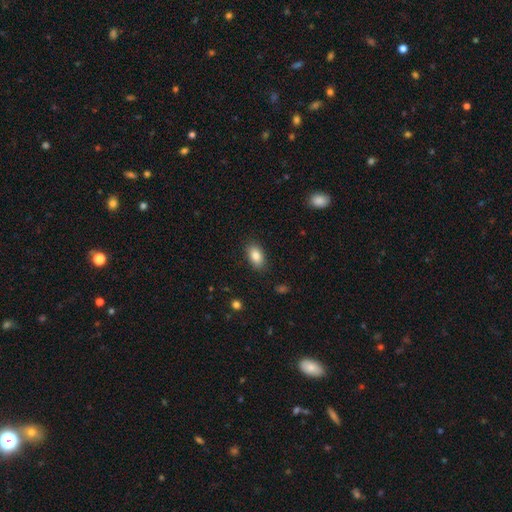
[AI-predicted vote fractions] smooth 84%, featured or disk 8%, star or artifact 8%. Down the decision tree: how rounded — in between (90%); merging — none (87%).